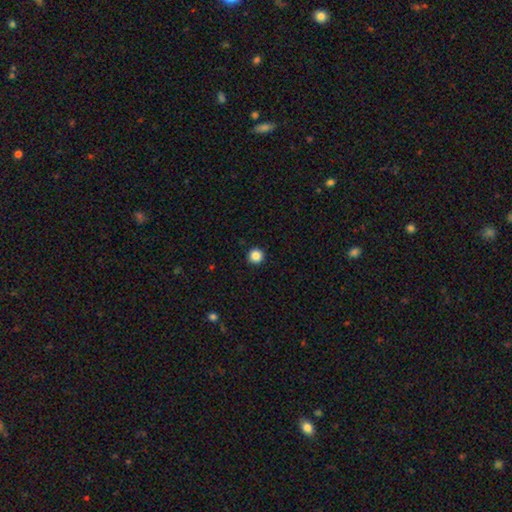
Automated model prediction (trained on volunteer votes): Smooth or featured?
  - smooth: 86% *
  - star or artifact: 11%
  - featured or disk: 3%
How rounded?
  - round: 96% *
  - in between: 3%
  - cigar-shaped: 1%
Merging?
  - none: 94% *
  - minor disturbance: 4%
  - major disturbance: 1%
  - merger: 1%